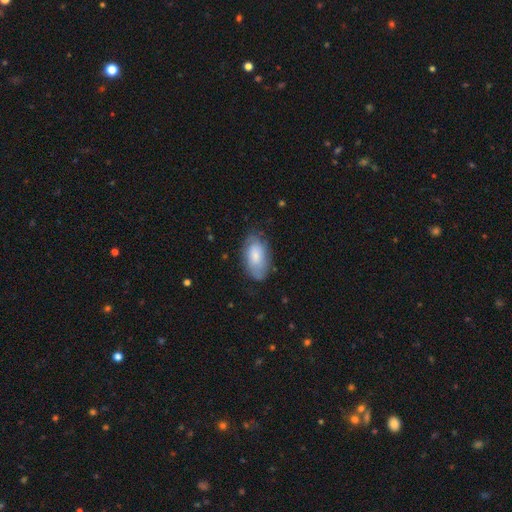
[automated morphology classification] Overall: smooth (71%). How rounded: in between (94%). Merging: none (71%).